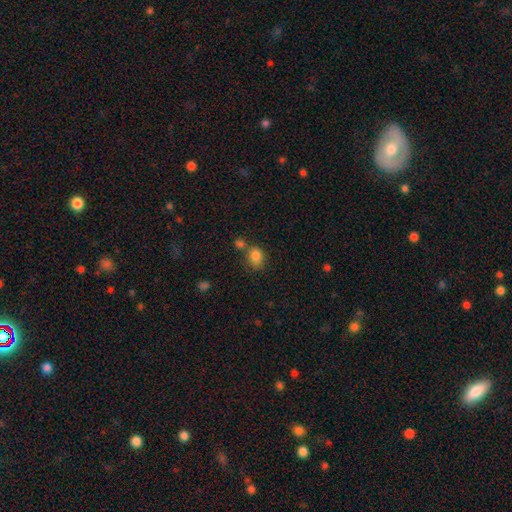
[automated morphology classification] Smooth or featured?
  - smooth: 82% *
  - star or artifact: 11%
  - featured or disk: 7%
How rounded?
  - round: 55% *
  - in between: 44%
  - cigar-shaped: 1%
Merging?
  - none: 55% *
  - merger: 24%
  - minor disturbance: 15%
  - major disturbance: 6%